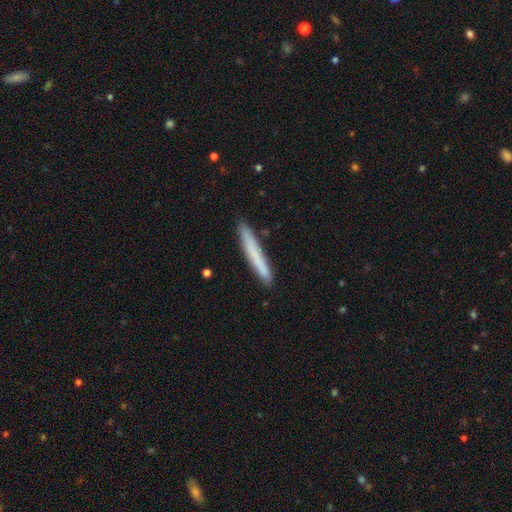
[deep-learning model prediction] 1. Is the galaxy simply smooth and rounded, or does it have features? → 72% smooth, 22% featured or disk, 7% star or artifact.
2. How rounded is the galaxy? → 97% cigar-shaped, 2% in between, 1% round.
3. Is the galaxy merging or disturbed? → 89% none, 8% minor disturbance, 2% major disturbance, 1% merger.